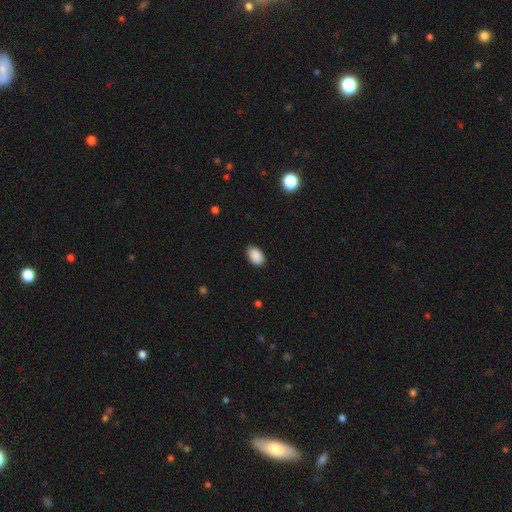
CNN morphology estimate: Smooth or featured?
  - smooth: 90% *
  - star or artifact: 7%
  - featured or disk: 3%
How rounded?
  - in between: 91% *
  - round: 8%
  - cigar-shaped: 1%
Merging?
  - none: 86% *
  - minor disturbance: 11%
  - major disturbance: 2%
  - merger: 1%